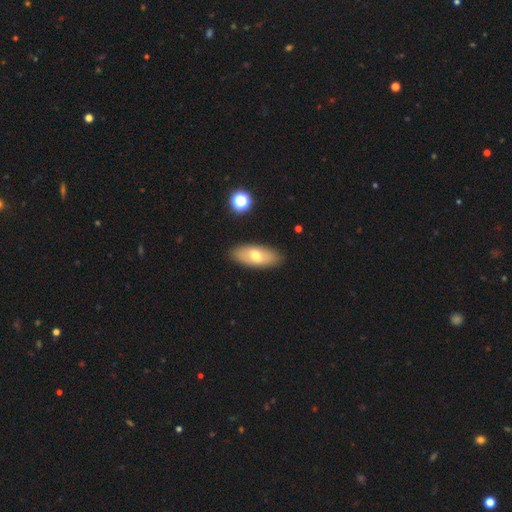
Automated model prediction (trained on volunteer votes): This is likely a smooth galaxy (65%). How rounded: clearly in between (85%). Merging: clearly none (88%).